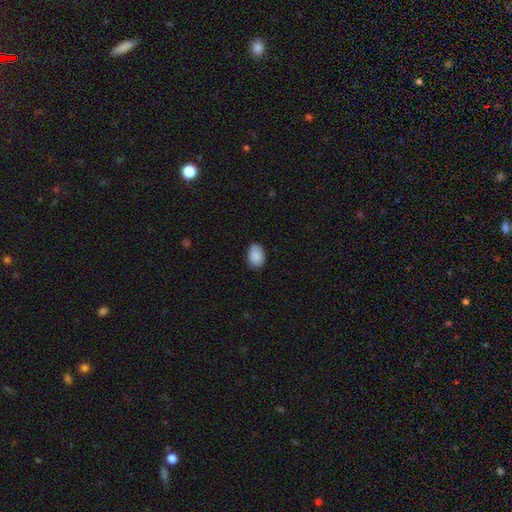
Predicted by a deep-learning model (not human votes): Smooth or featured? Predicted: smooth (p=0.89). How rounded? Predicted: in between (p=0.81). Merging? Predicted: none (p=0.81).